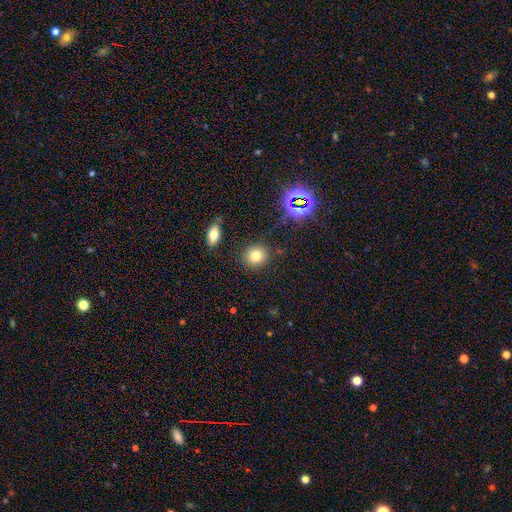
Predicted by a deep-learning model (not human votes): Smooth or featured: smooth — 76% (star or artifact — 15%)
How rounded: round — 85% (in between — 13%)
Merging: none — 87% (minor disturbance — 8%)